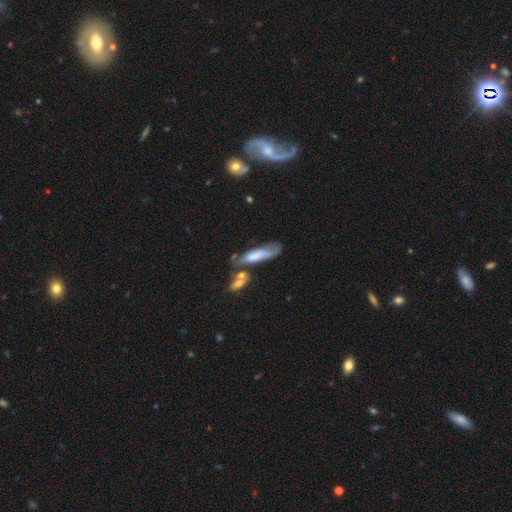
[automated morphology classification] Smooth or featured: smooth — 63% (featured or disk — 29%)
How rounded: cigar-shaped — 61% (in between — 37%)
Merging: none — 37% (minor disturbance — 24%)